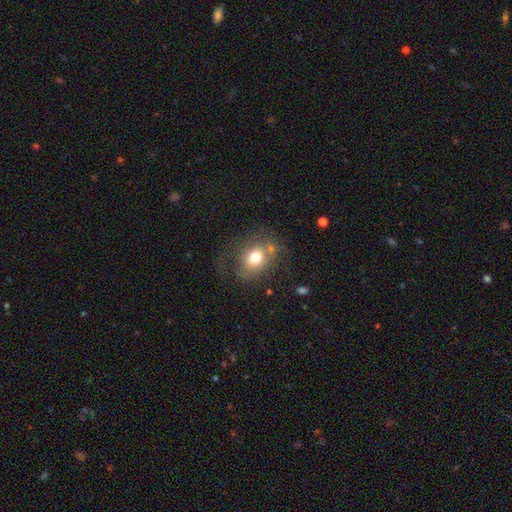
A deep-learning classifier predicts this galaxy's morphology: Smooth or featured: smooth — 69% (featured or disk — 21%)
How rounded: in between — 54% (round — 45%)
Merging: none — 52% (minor disturbance — 21%)